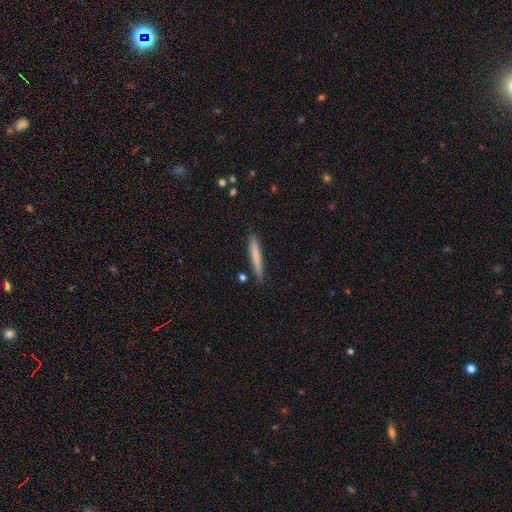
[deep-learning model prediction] Morphology: type=smooth (73%); roundness=cigar-shaped (96%); merging=none (88%).